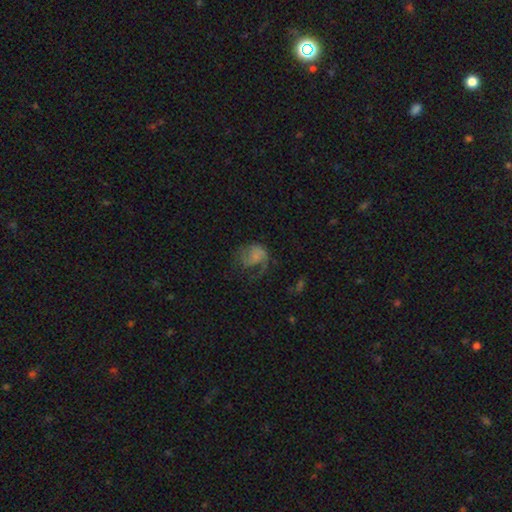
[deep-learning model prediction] smooth_or_featured: featured or disk (p=0.54) [alt: smooth p=0.35]
disk_edge_on: no (p=0.98) [alt: yes p=0.02]
bar: no (p=0.71) [alt: weak p=0.24]
has_spiral_arms: yes (p=0.77) [alt: no p=0.23]
bulge_size: none (p=0.44) [alt: small p=0.36]
merging: major disturbance (p=0.44) [alt: none p=0.34]